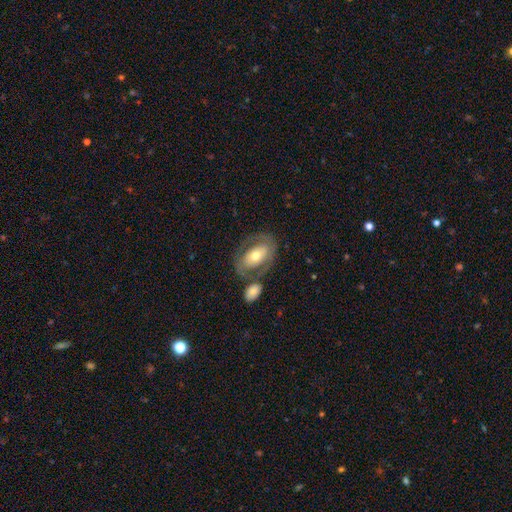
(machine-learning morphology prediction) The model was most divided on "spiral arms": no: 56%, yes: 44%. More confident: edge-on disk — no (92%); bulge size — moderate (67%); bar — no (59%); merging — none (59%); smooth or featured — featured or disk (57%).